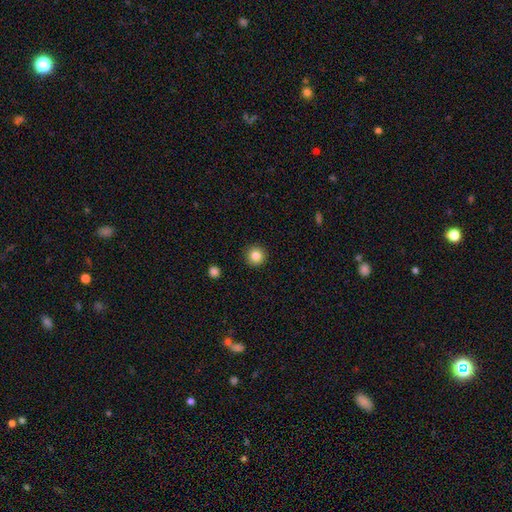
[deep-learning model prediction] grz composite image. It shows a smooth galaxy with no disk features (84%) that is round (96%). Merging: none (93%).